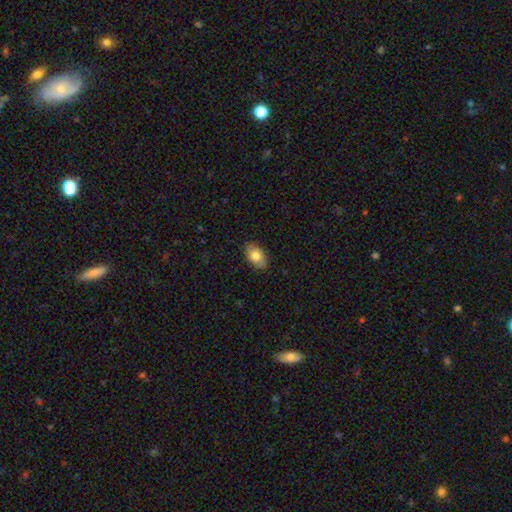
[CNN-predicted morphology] This is clearly a smooth galaxy (80%). How rounded: clearly in between (91%). Merging: clearly none (87%).